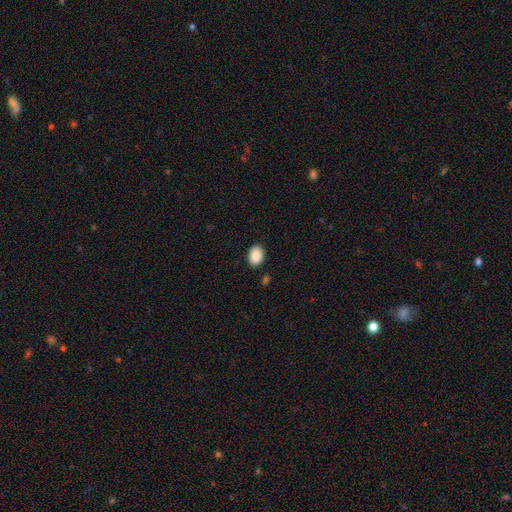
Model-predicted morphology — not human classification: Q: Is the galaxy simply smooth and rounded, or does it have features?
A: smooth — 89%.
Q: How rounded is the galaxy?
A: in between — 76%.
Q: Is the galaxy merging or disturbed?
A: none — 87%.